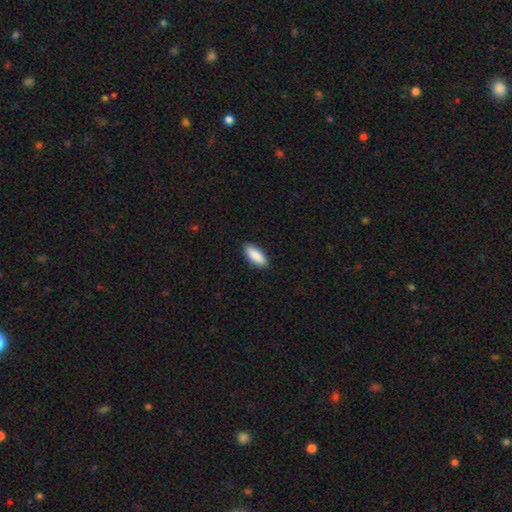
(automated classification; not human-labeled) smooth 90%, star or artifact 5%, featured or disk 5%. Down the decision tree: how rounded — in between (79%); merging — none (89%).